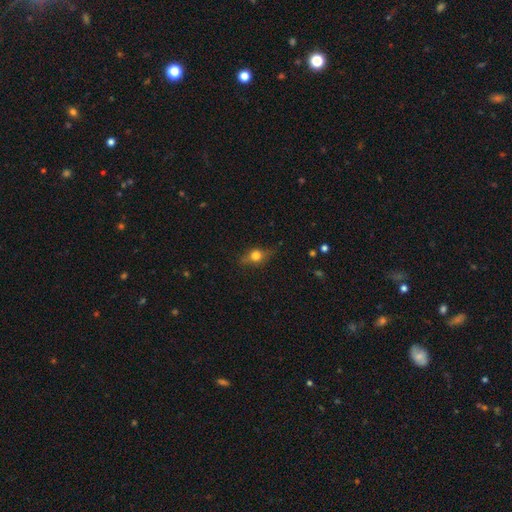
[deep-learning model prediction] This is possibly a smooth galaxy (52%). How rounded: possibly in between (48%). Merging: likely none (75%).